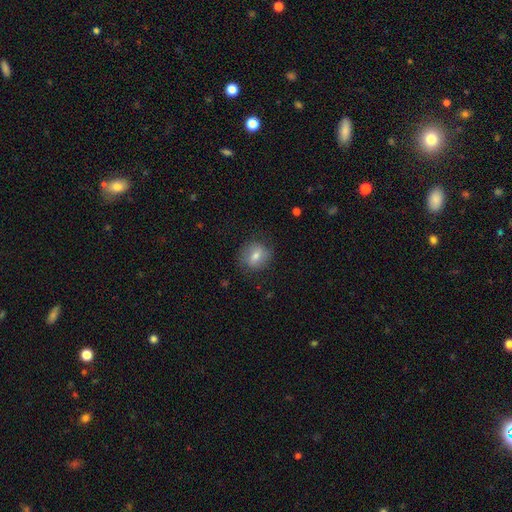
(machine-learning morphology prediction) smooth_or_featured: smooth (p=0.69) [alt: featured or disk p=0.23]
how_rounded: round (p=0.69) [alt: in between p=0.29]
merging: none (p=0.78) [alt: minor disturbance p=0.15]